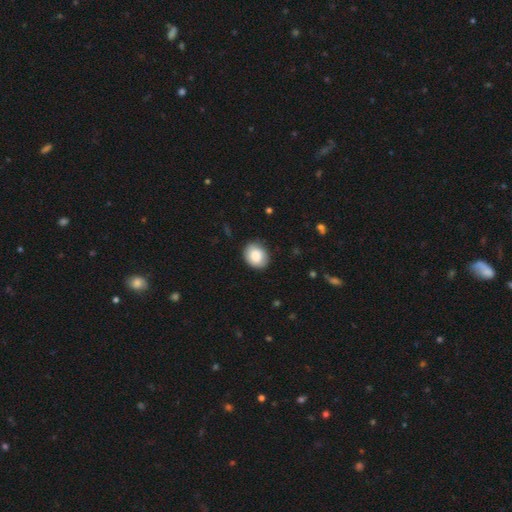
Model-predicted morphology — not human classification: smooth-or-featured: smooth: 85% | featured or disk: 8% | star or artifact: 7%
  how-rounded: round: 57% | in between: 42% | cigar-shaped: 1%
  merging: none: 84% | minor disturbance: 12% | major disturbance: 3% | merger: 1%